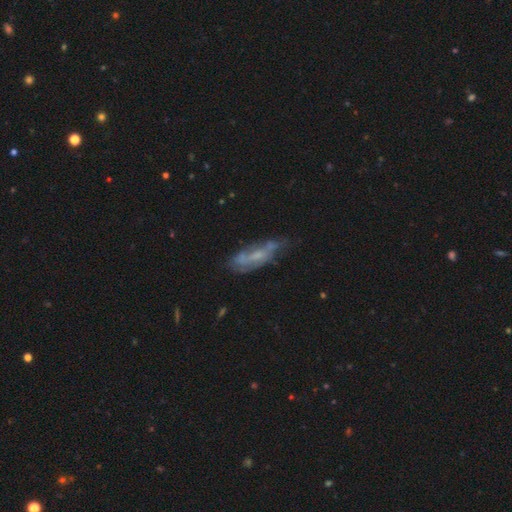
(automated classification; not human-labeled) Morphology: type=featured or disk (56%); edge-on=no (74%); merging=none (52%).